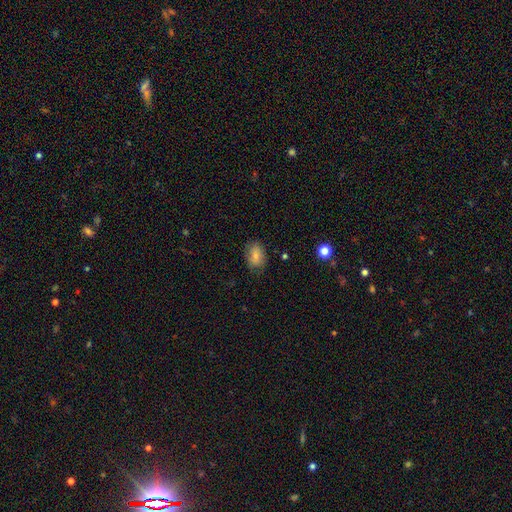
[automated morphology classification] A smooth galaxy with no disk features (81%) that is in between round and cigar-shaped (78%). Merging: none (75%).